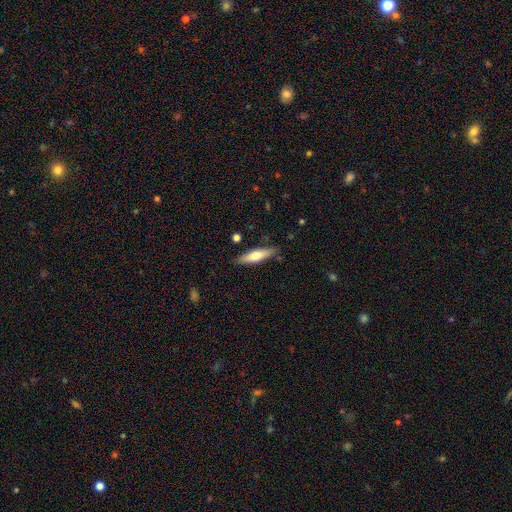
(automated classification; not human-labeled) smooth_or_featured: smooth (p=0.56) [alt: featured or disk p=0.38]
how_rounded: cigar-shaped (p=0.72) [alt: in between p=0.26]
merging: none (p=0.86) [alt: minor disturbance p=0.10]